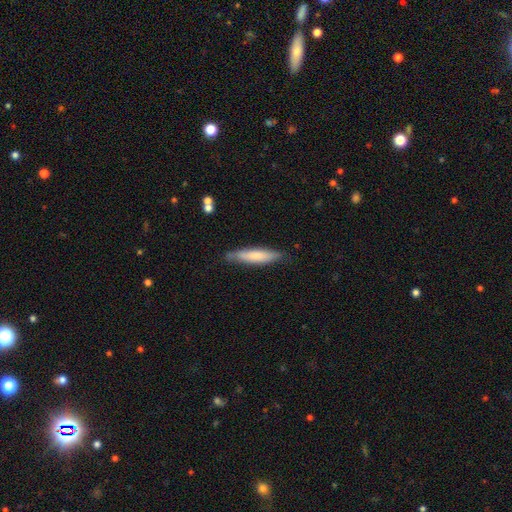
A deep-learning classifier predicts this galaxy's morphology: The model was most divided on "smooth or featured": smooth: 69%, featured or disk: 26%, star or artifact: 6%. More confident: how rounded — cigar-shaped (84%); merging — none (79%).